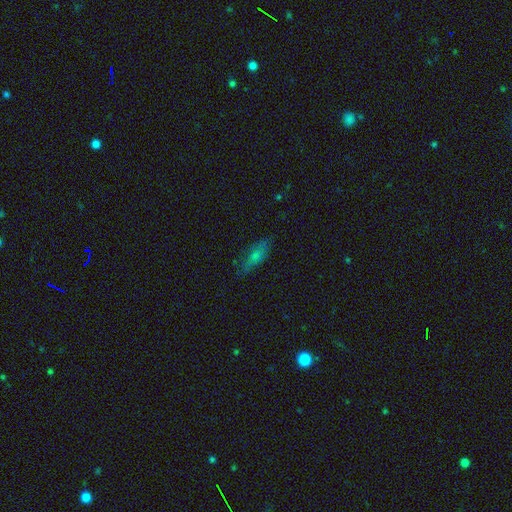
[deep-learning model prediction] This is likely a smooth galaxy (67%). How rounded: possibly in between (57%). Merging: likely none (74%).